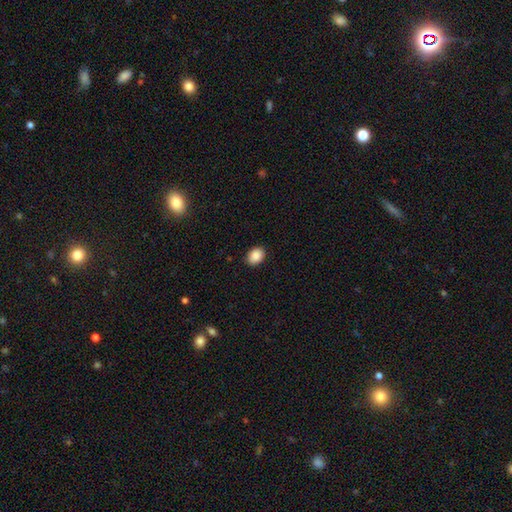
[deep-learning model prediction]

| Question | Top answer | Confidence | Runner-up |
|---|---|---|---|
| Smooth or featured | smooth | 88% | star or artifact (8%) |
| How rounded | in between | 63% | round (36%) |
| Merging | none | 89% | minor disturbance (8%) |